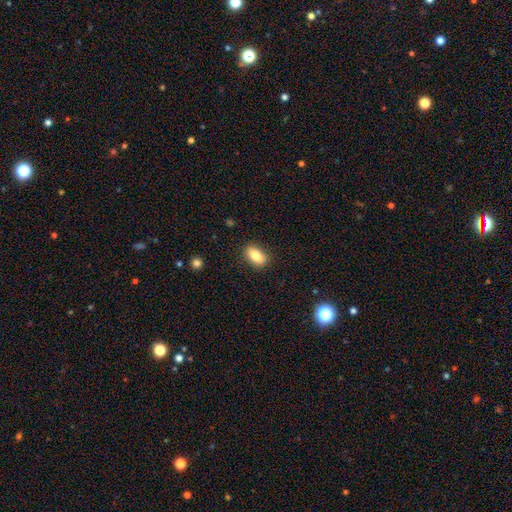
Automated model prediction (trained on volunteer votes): Smooth or featured?
  - smooth: 82% *
  - featured or disk: 10%
  - star or artifact: 8%
How rounded?
  - in between: 88% *
  - round: 7%
  - cigar-shaped: 4%
Merging?
  - none: 87% *
  - minor disturbance: 9%
  - major disturbance: 2%
  - merger: 1%